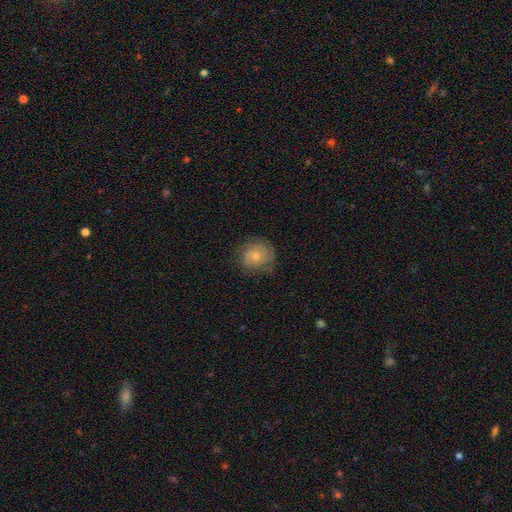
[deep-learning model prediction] A smooth galaxy with no disk features (51%) that is round (86%). Merging: none (70%).